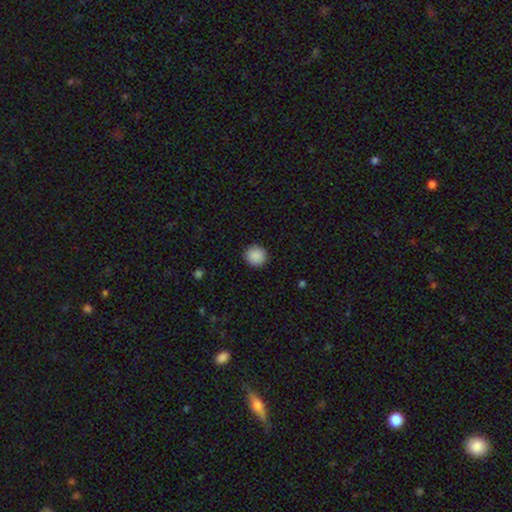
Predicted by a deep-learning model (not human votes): Smooth or featured: smooth — 90% (star or artifact — 8%)
How rounded: round — 93% (in between — 6%)
Merging: none — 92% (minor disturbance — 5%)